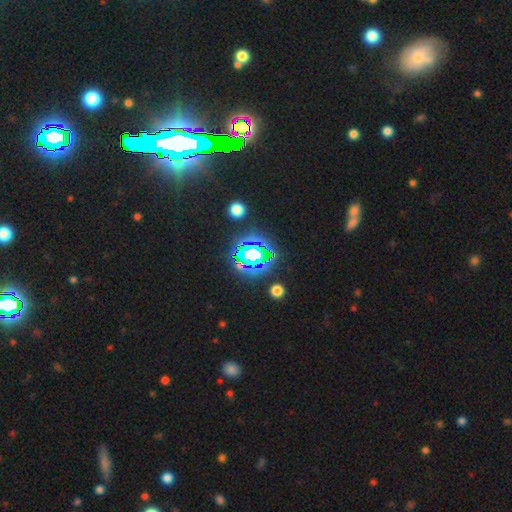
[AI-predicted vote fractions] Smooth or featured? Predicted: star or artifact (p=0.77).